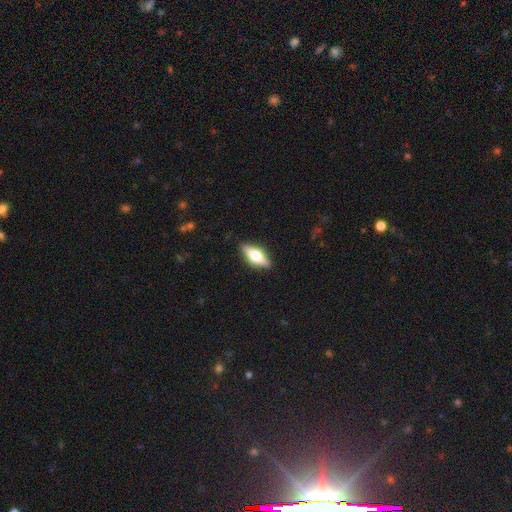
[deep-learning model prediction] This appears to be a featured or disk galaxy (51%) viewed edge-on (92%). Merging: none (87%).